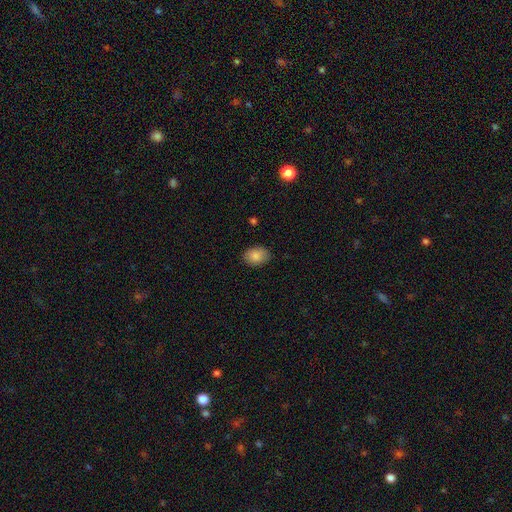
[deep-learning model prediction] smooth-or-featured: smooth: 86% | star or artifact: 8% | featured or disk: 6%
  how-rounded: in between: 78% | round: 21% | cigar-shaped: 1%
  merging: none: 85% | minor disturbance: 11% | major disturbance: 2% | merger: 1%